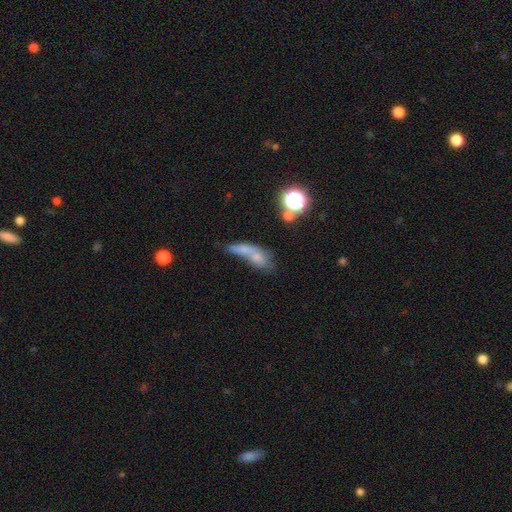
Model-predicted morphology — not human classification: smooth_or_featured: smooth (p=0.61) [alt: featured or disk p=0.23]
how_rounded: in between (p=0.50) [alt: cigar-shaped p=0.33]
merging: merger (p=0.41) [alt: none p=0.25]